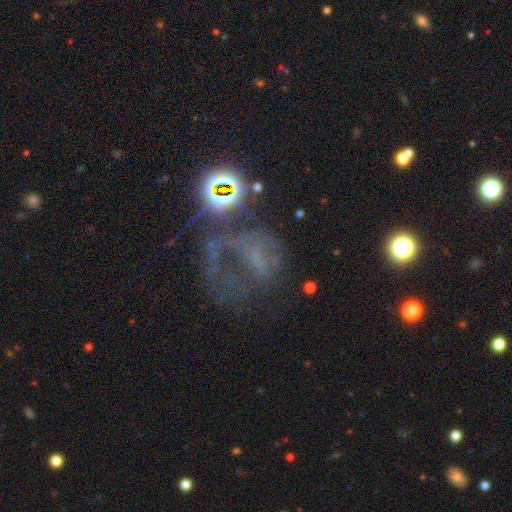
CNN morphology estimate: featured or disk 46%, star or artifact 35%, smooth 19%. Down the decision tree: merging — major disturbance (49%).